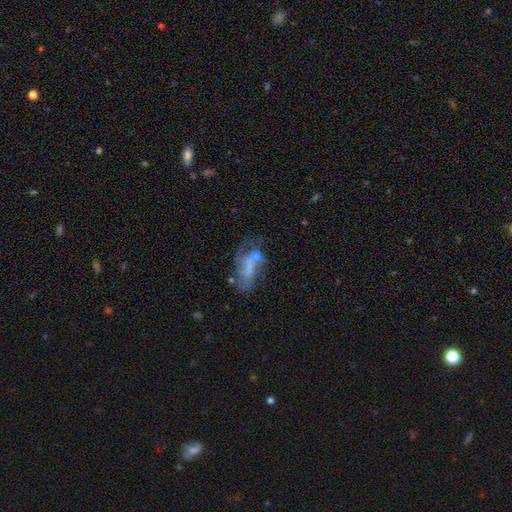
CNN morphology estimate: smooth-or-featured: featured or disk: 46% | smooth: 42% | star or artifact: 12%
  merging: major disturbance: 31% | none: 28% | merger: 23% | minor disturbance: 18%